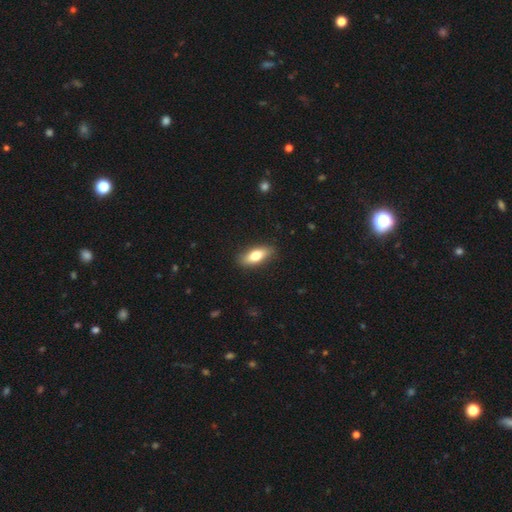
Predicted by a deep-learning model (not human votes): Morphology: type=smooth (72%); roundness=in between (73%); merging=none (87%).